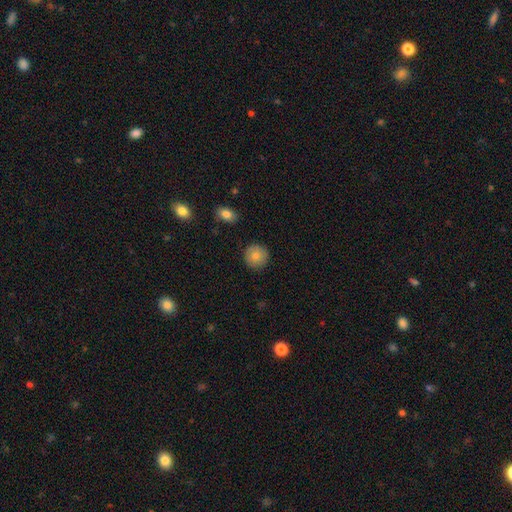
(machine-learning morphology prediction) smooth_or_featured: smooth (p=0.81) [alt: featured or disk p=0.11]
how_rounded: round (p=0.93) [alt: in between p=0.06]
merging: none (p=0.89) [alt: minor disturbance p=0.08]